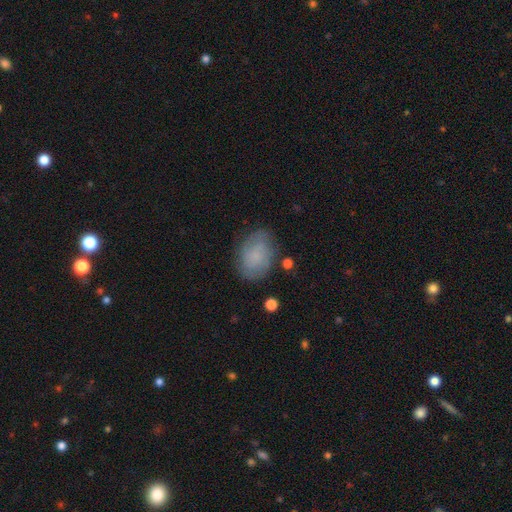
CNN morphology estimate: This appears to be a smooth galaxy with no disk features (64%) that is in between round and cigar-shaped (77%). Merging: none (72%).